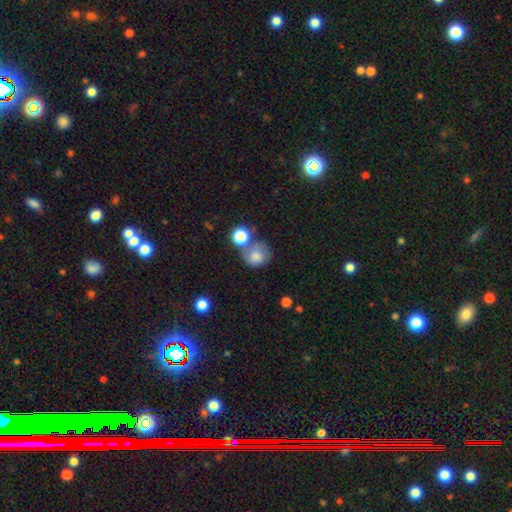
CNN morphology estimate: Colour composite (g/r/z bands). It shows a smooth galaxy with no disk features (75%) that is round (77%). Merging: none (40%).